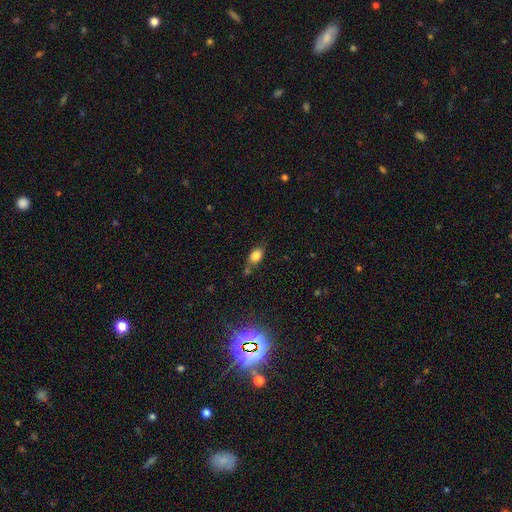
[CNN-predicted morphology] smooth_or_featured: smooth (p=0.80) [alt: star or artifact p=0.10]
how_rounded: in between (p=0.83) [alt: round p=0.13]
merging: none (p=0.63) [alt: minor disturbance p=0.20]